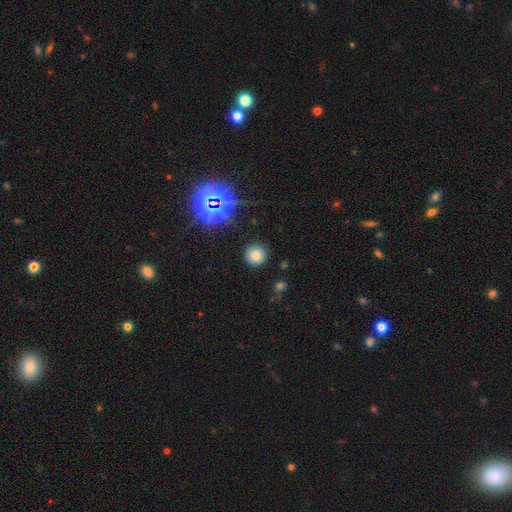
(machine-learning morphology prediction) Q: Smooth or featured?
A: smooth (74%); runner-up: star or artifact (19%)
Q: How rounded?
A: round (94%); runner-up: in between (5%)
Q: Merging?
A: none (89%); runner-up: minor disturbance (7%)